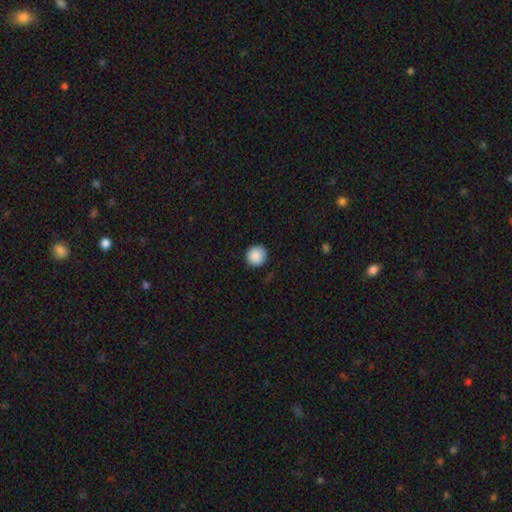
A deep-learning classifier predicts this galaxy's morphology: This appears to be a smooth galaxy with no disk features (89%) that is round (93%). Merging: none (90%).